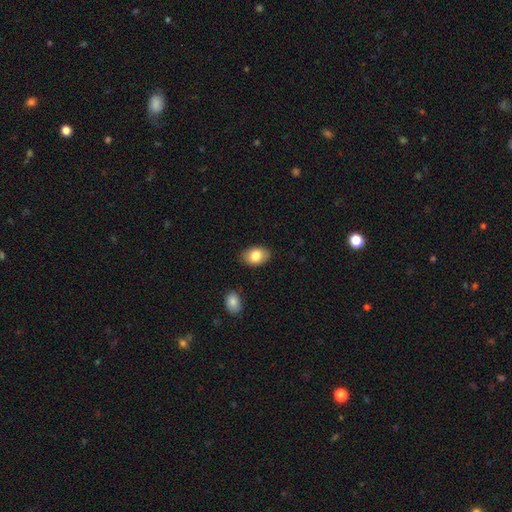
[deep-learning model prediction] smooth-or-featured: smooth: 82% | featured or disk: 11% | star or artifact: 7%
  how-rounded: in between: 86% | round: 13% | cigar-shaped: 1%
  merging: none: 86% | minor disturbance: 10% | major disturbance: 2% | merger: 2%